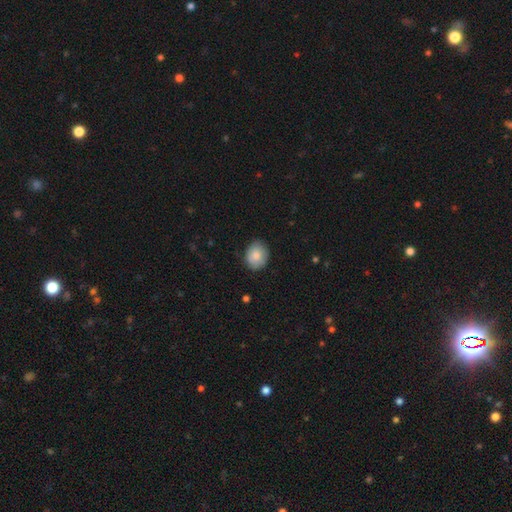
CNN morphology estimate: smooth_or_featured: smooth (p=0.84) [alt: featured or disk p=0.09]
how_rounded: round (p=0.55) [alt: in between p=0.45]
merging: none (p=0.81) [alt: minor disturbance p=0.15]